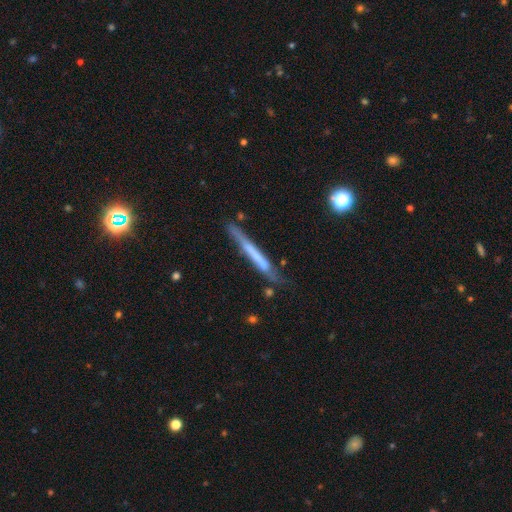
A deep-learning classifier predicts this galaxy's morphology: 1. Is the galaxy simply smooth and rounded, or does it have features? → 50% featured or disk, 43% smooth, 7% star or artifact.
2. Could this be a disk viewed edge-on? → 91% yes, 9% no.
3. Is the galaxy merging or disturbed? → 69% none, 21% minor disturbance, 5% major disturbance, 4% merger.